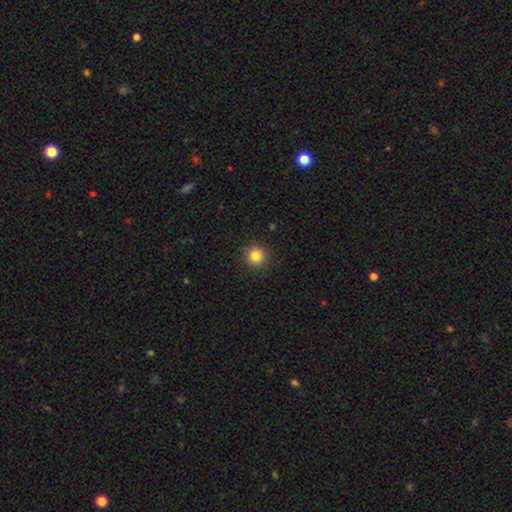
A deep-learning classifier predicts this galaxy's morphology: A smooth galaxy with no disk features (83%) that is round (94%). Merging: none (91%).